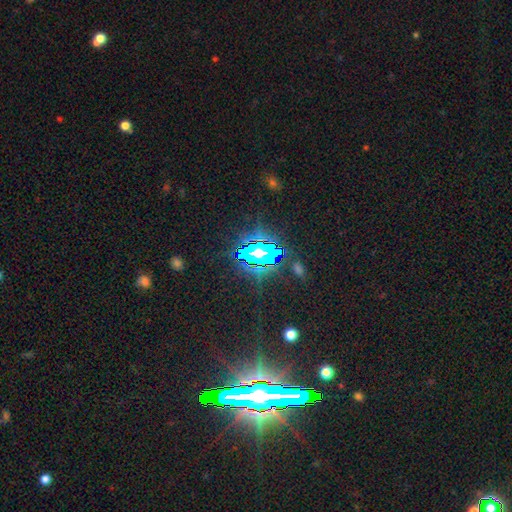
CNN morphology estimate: Smooth or featured: star or artifact — 72% (smooth — 16%)